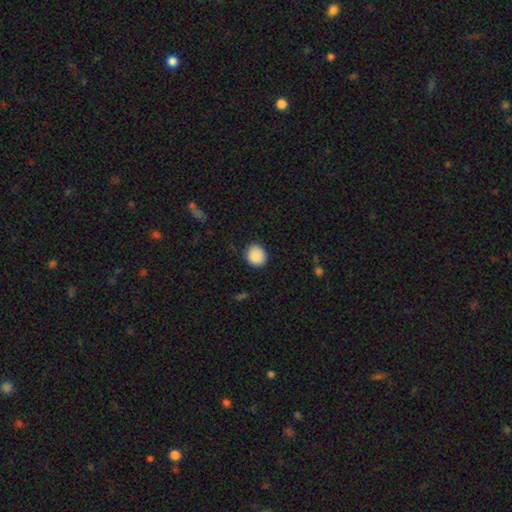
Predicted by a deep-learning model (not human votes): The model was most divided on "how rounded": round: 77%, in between: 22%, cigar-shaped: 1%. More confident: smooth or featured — smooth (90%); merging — none (87%).